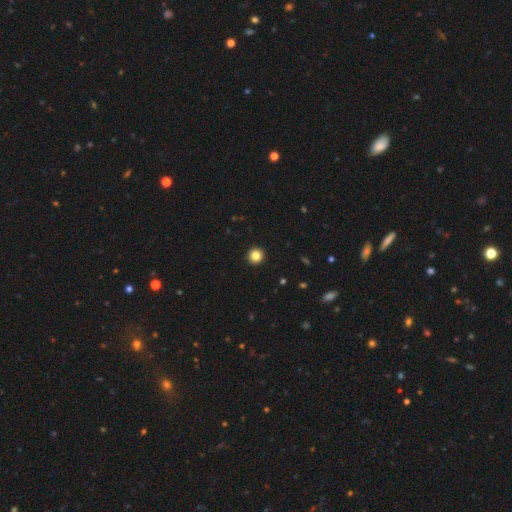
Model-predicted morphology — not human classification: Smooth or featured? smooth (84%)
How rounded? round (95%)
Merging? none (94%)